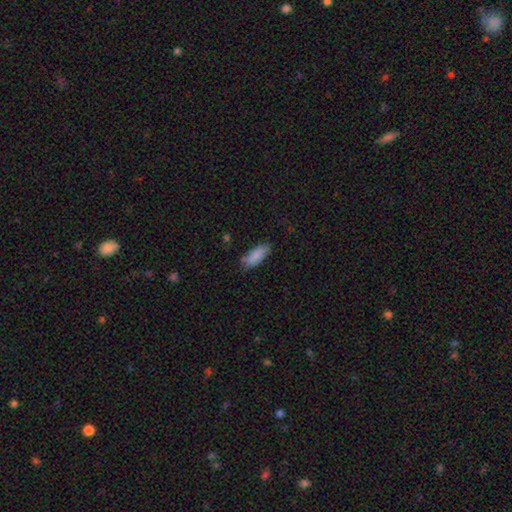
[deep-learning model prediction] This appears to be a smooth galaxy with no disk features (87%) that is in between round and cigar-shaped (79%). Merging: none (73%).